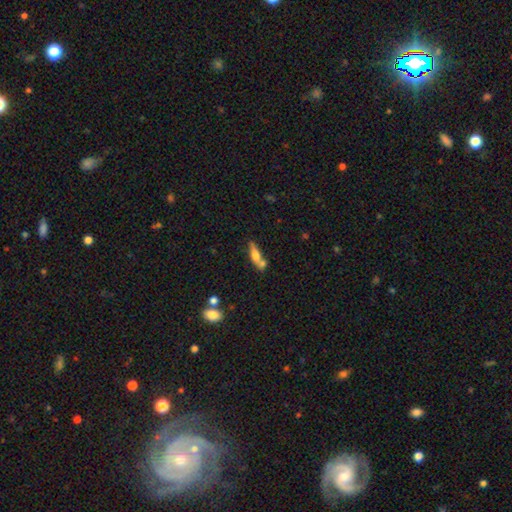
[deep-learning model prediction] This is possibly a smooth galaxy (55%). How rounded: possibly cigar-shaped (55%). Merging: possibly none (49%).